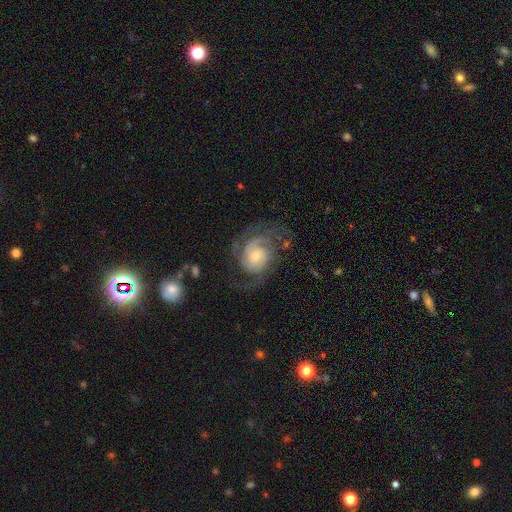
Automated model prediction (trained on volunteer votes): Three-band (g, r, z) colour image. It shows a featured or disk galaxy (85%) with no bar (70%), 2 (61%) medium (44%) spiral arms (96%) and a small central bulge (45%). Merging: none (66%).